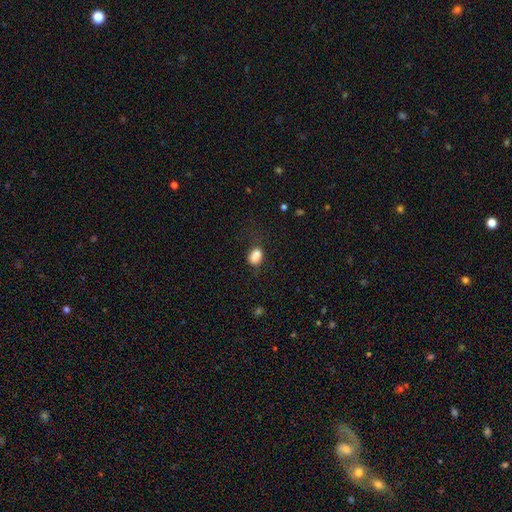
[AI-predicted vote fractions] smooth_or_featured: smooth (p=0.85) [alt: star or artifact p=0.10]
how_rounded: in between (p=0.80) [alt: round p=0.18]
merging: none (p=0.60) [alt: minor disturbance p=0.24]